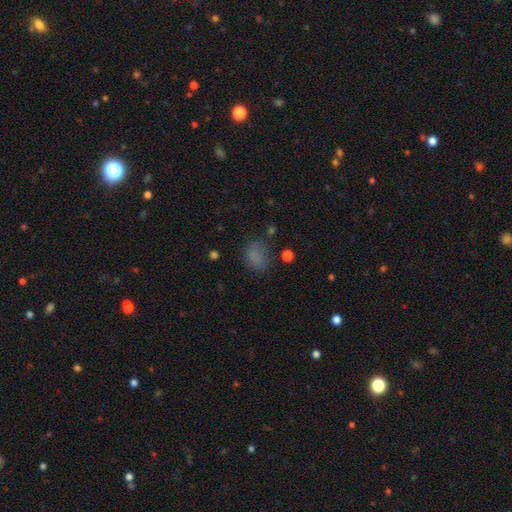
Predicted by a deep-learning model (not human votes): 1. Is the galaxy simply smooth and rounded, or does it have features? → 75% smooth, 17% star or artifact, 8% featured or disk.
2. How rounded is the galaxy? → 62% in between, 36% round, 2% cigar-shaped.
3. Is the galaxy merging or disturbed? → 64% none, 22% minor disturbance, 11% major disturbance, 3% merger.